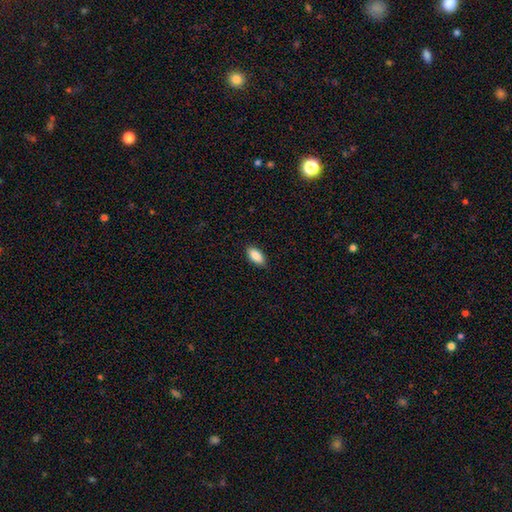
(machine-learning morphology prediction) Overall: smooth (88%). How rounded: in between (92%). Merging: none (87%).